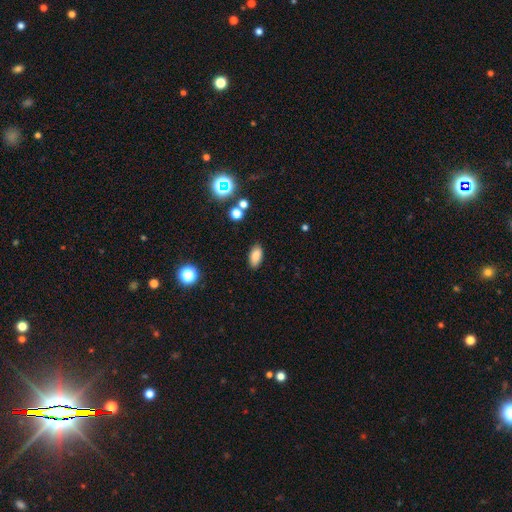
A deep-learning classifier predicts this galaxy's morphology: type=smooth (84%); roundness=in between (91%); merging=none (87%).